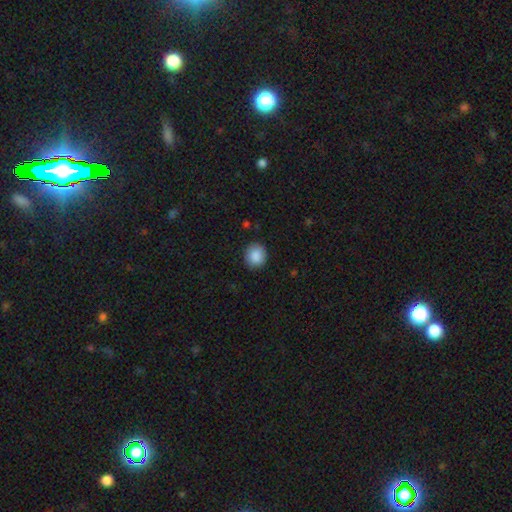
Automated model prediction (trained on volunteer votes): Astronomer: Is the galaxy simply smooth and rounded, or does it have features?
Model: smooth — 88%.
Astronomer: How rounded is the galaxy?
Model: round — 86%.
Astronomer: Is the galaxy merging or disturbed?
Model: none — 88%.